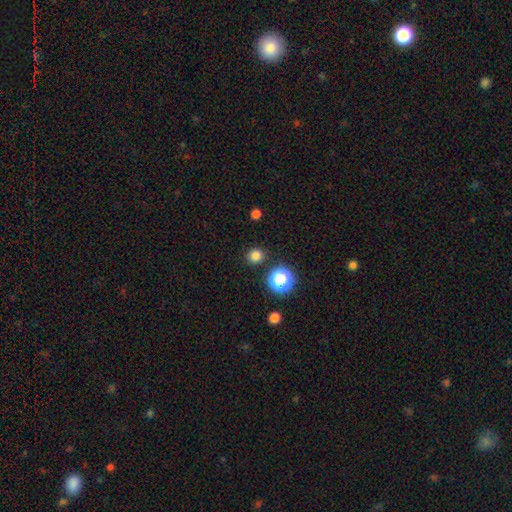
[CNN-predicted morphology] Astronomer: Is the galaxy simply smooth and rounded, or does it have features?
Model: smooth — 80%.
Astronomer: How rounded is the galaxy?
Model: round — 85%.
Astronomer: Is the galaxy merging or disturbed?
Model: none — 89%.